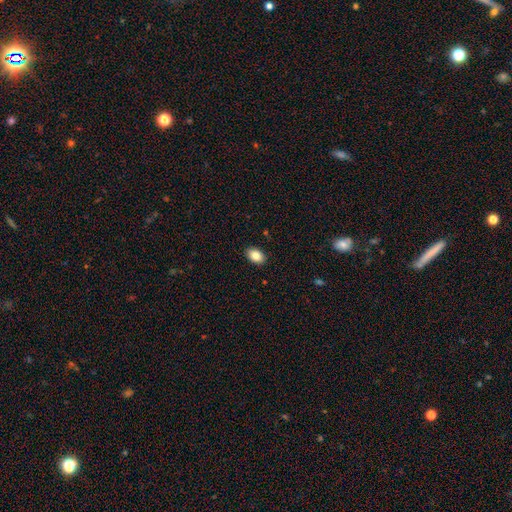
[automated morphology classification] A smooth galaxy with no disk features (85%) that is in between round and cigar-shaped (86%).

Vote fractions:
- Smooth or featured? smooth: 85% / star or artifact: 8% / featured or disk: 7%
- How rounded? in between: 86% / round: 13% / cigar-shaped: 1%
- Merging? none: 90% / minor disturbance: 8% / major disturbance: 2% / merger: 1%